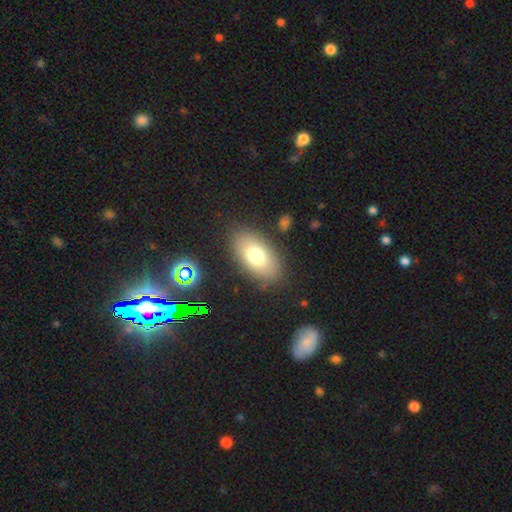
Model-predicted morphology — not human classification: Smooth or featured? Predicted: smooth (p=0.72). How rounded? Predicted: in between (p=0.91). Merging? Predicted: none (p=0.85).